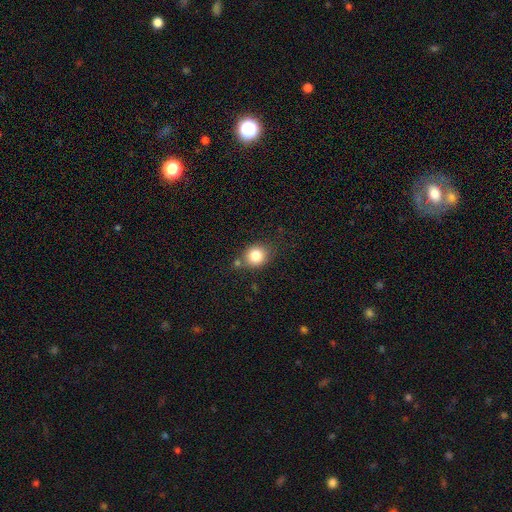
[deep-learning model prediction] Q: Smooth or featured?
A: smooth (82%); runner-up: star or artifact (11%)
Q: How rounded?
A: round (77%); runner-up: in between (22%)
Q: Merging?
A: none (73%); runner-up: minor disturbance (13%)